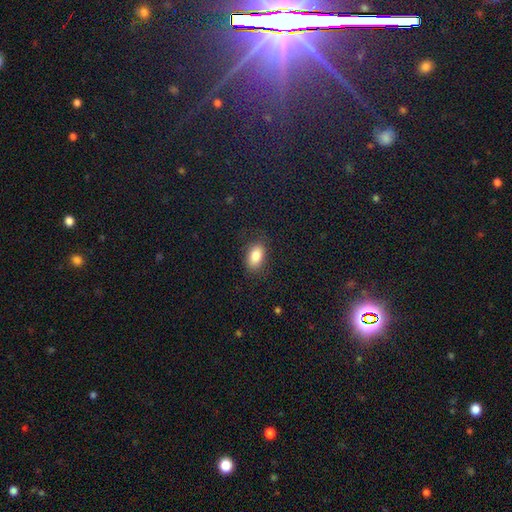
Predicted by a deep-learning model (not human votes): Smooth or featured?
  - smooth: 85% *
  - star or artifact: 8%
  - featured or disk: 7%
How rounded?
  - in between: 89% *
  - round: 9%
  - cigar-shaped: 2%
Merging?
  - none: 83% *
  - minor disturbance: 12%
  - major disturbance: 4%
  - merger: 1%